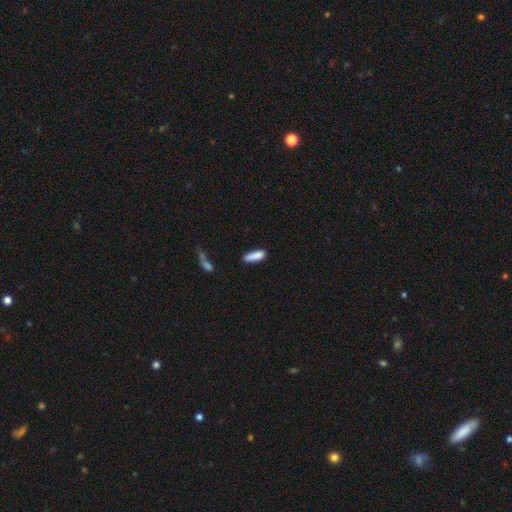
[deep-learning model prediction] A smooth galaxy with no disk features (85%) that is cigar-shaped (55%). Merging: none (68%).